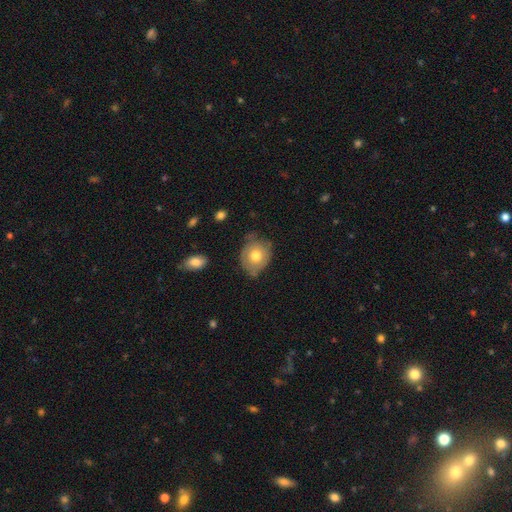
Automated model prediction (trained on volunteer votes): Overall: smooth (71%). How rounded: round (62%; in between 37%). Merging: none (56%; minor disturbance 33%).